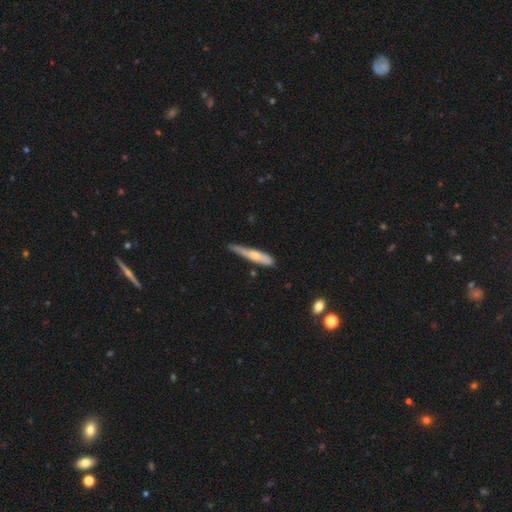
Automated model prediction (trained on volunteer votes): Morphology: type=smooth (60%); roundness=cigar-shaped (89%); merging=none (49%).